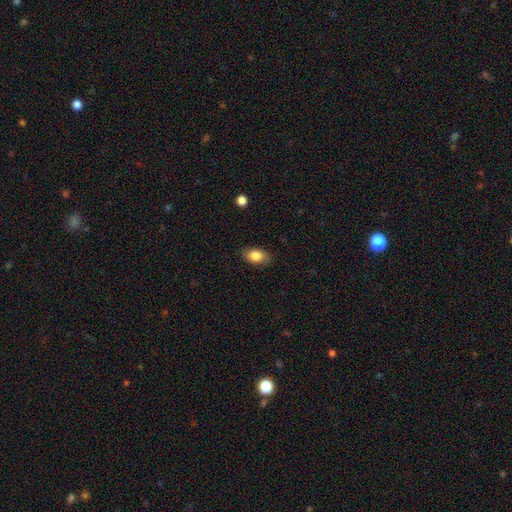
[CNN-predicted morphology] The model was most divided on "merging": none: 84%, minor disturbance: 12%, major disturbance: 3%, merger: 1%. More confident: how rounded — in between (89%); smooth or featured — smooth (84%).